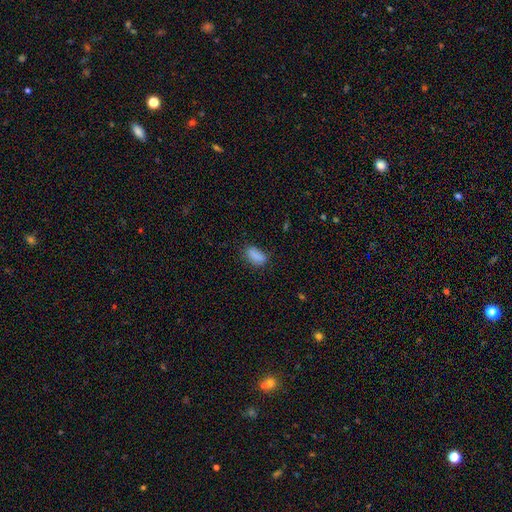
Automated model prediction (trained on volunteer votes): Morphology: type=smooth (86%); roundness=in between (87%); merging=none (74%).